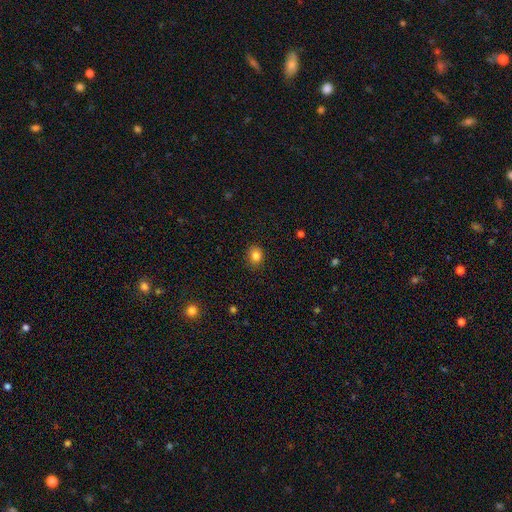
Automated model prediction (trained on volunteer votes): Smooth or featured: smooth — 83% (star or artifact — 11%)
How rounded: round — 60% (in between — 39%)
Merging: none — 86% (minor disturbance — 10%)